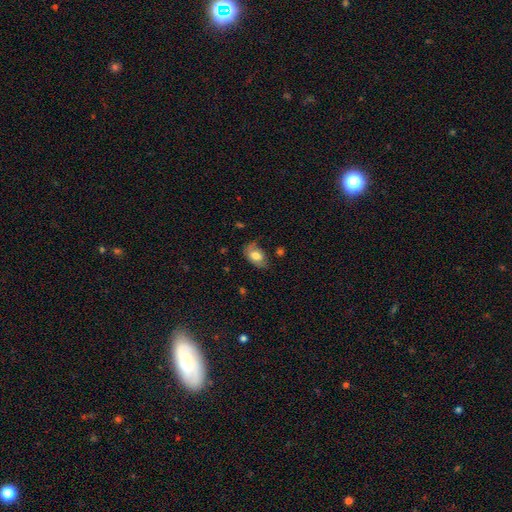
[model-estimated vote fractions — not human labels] Morphology: type=smooth (74%); roundness=in between (89%); merging=none (58%).